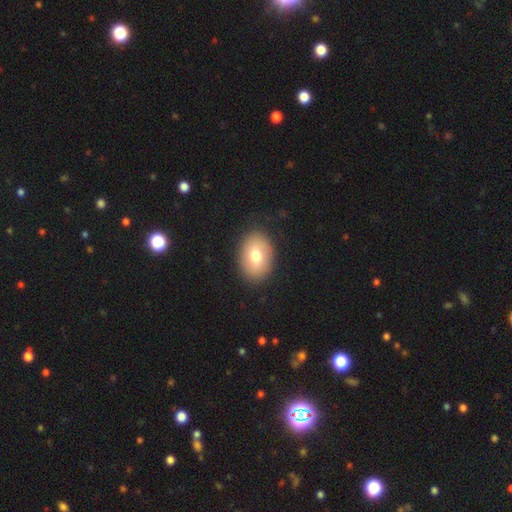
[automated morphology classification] Smooth or featured?
  - smooth: 72% *
  - featured or disk: 20%
  - star or artifact: 8%
How rounded?
  - in between: 77% *
  - round: 22%
  - cigar-shaped: 1%
Merging?
  - none: 87% *
  - minor disturbance: 9%
  - major disturbance: 3%
  - merger: 1%